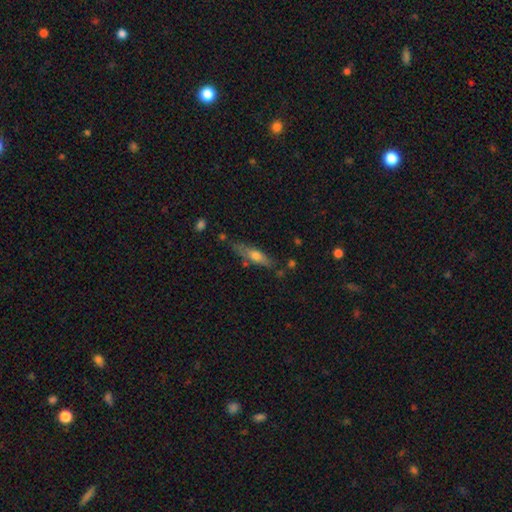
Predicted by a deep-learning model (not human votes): Smooth or featured?
  - smooth: 59% *
  - featured or disk: 34%
  - star or artifact: 7%
How rounded?
  - cigar-shaped: 64% *
  - in between: 34%
  - round: 2%
Merging?
  - none: 65% *
  - minor disturbance: 22%
  - merger: 7%
  - major disturbance: 6%